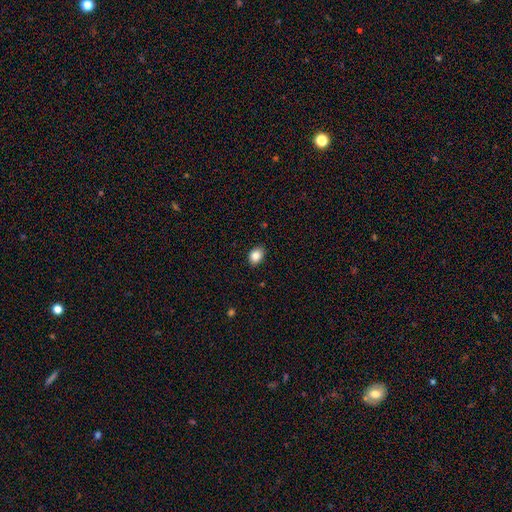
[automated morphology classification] smooth_or_featured: smooth (p=0.84) [alt: star or artifact p=0.09]
how_rounded: in between (p=0.70) [alt: round p=0.29]
merging: none (p=0.88) [alt: minor disturbance p=0.10]